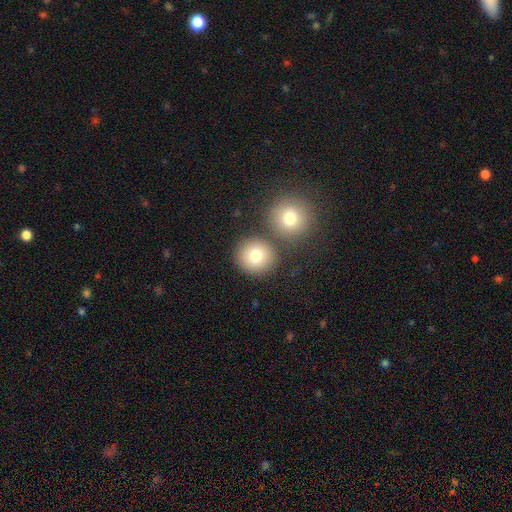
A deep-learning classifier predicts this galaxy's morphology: smooth_or_featured: smooth (p=0.77) [alt: featured or disk p=0.12]
how_rounded: round (p=0.91) [alt: in between p=0.08]
merging: none (p=0.74) [alt: merger p=0.16]